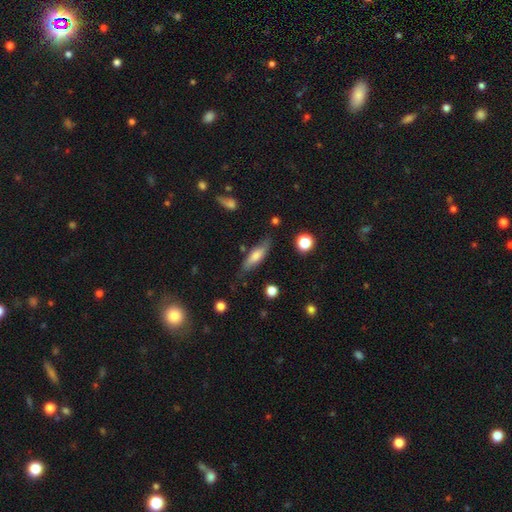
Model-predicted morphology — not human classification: Smooth or featured? smooth (60%)
How rounded? cigar-shaped (58%)
Merging? none (74%)